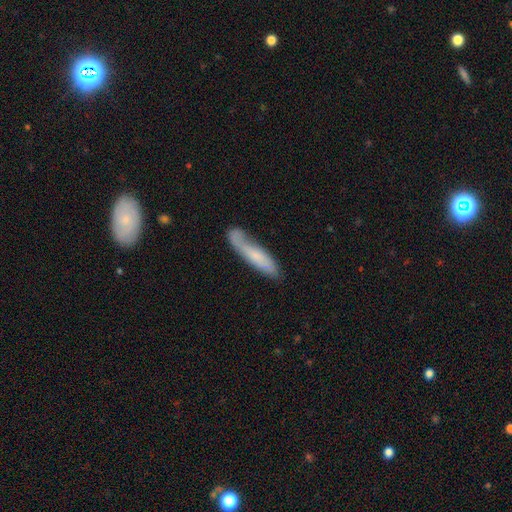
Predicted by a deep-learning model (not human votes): smooth 59%, featured or disk 34%, star or artifact 7%. Down the decision tree: how rounded — cigar-shaped (80%); merging — none (58%).